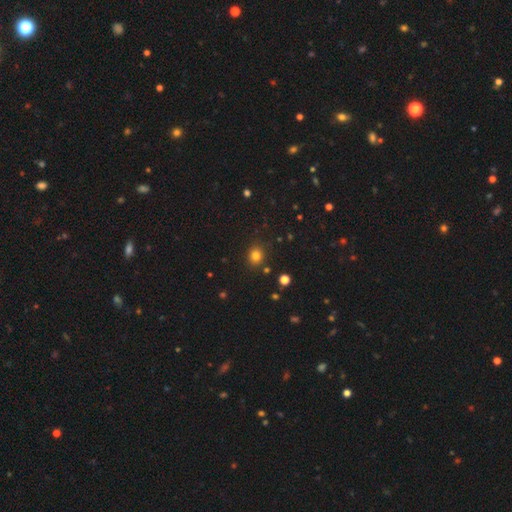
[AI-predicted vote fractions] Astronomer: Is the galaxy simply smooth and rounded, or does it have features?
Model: smooth — 80%.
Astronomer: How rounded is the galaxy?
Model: round — 74%.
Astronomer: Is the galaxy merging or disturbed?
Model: none — 86%.